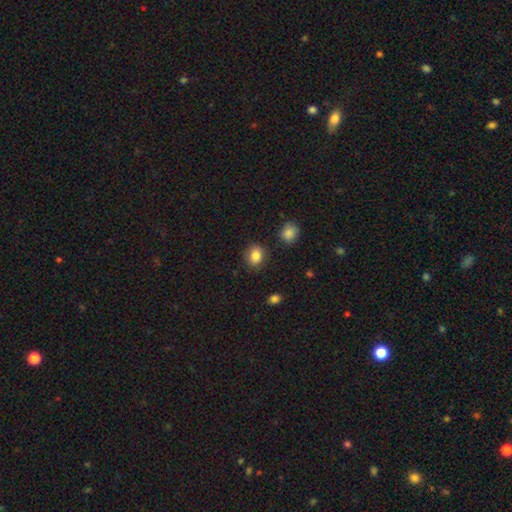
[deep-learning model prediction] Q: Smooth or featured?
A: smooth (85%); runner-up: star or artifact (10%)
Q: How rounded?
A: round (57%); runner-up: in between (42%)
Q: Merging?
A: none (85%); runner-up: minor disturbance (10%)